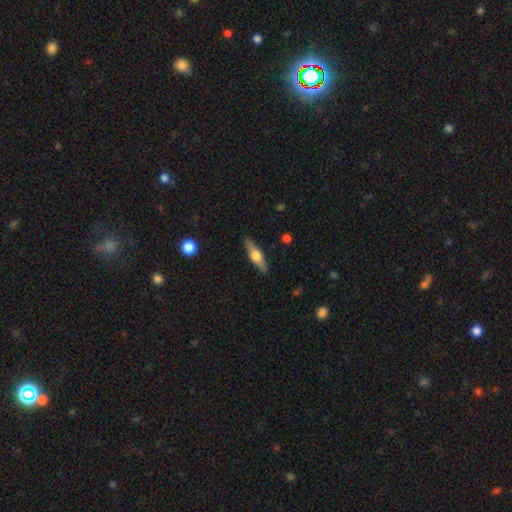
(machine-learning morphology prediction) Q: Smooth or featured?
A: featured or disk (55%); runner-up: smooth (40%)
Q: Edge-on disk?
A: yes (93%); runner-up: no (7%)
Q: Edge-on bulge?
A: rounded (93%); runner-up: boxy (5%)
Q: Merging?
A: none (88%); runner-up: minor disturbance (9%)